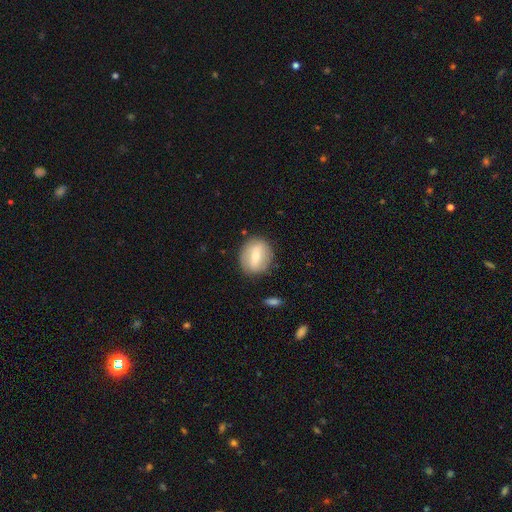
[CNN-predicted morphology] This appears to be a smooth galaxy with no disk features (50%). Merging: none (83%).